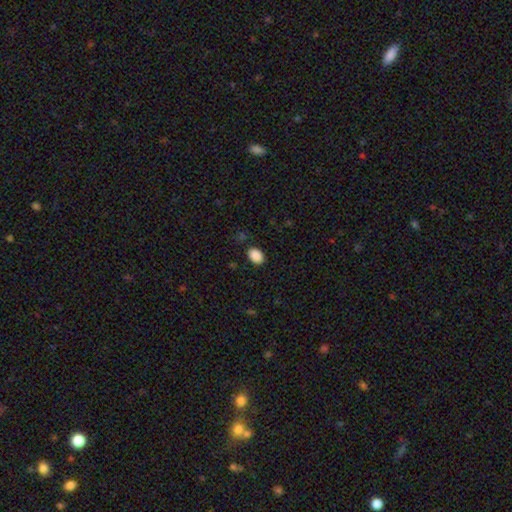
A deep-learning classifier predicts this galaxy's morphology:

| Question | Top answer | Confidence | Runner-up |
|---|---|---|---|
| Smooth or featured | smooth | 89% | star or artifact (8%) |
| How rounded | in between | 76% | round (23%) |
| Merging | none | 86% | minor disturbance (10%) |